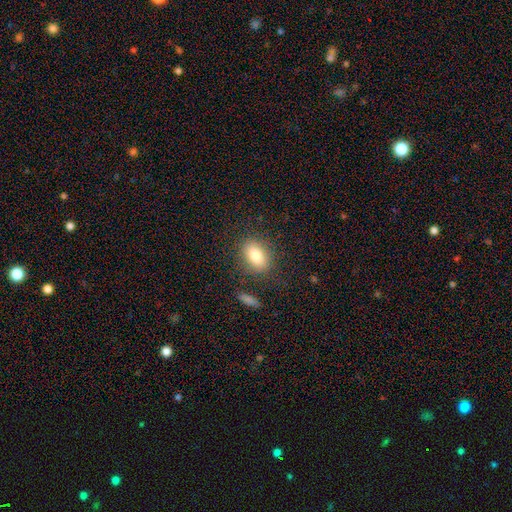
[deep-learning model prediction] Smooth or featured? Predicted: smooth (p=0.81). How rounded? Predicted: in between (p=0.76). Merging? Predicted: none (p=0.82).